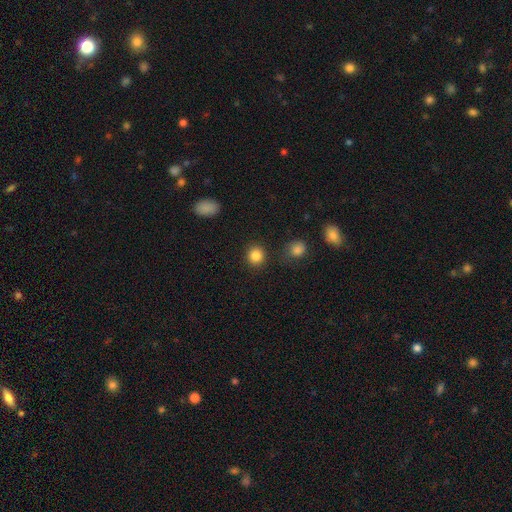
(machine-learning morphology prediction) smooth-or-featured: smooth: 85% | star or artifact: 11% | featured or disk: 4%
  how-rounded: round: 90% | in between: 9% | cigar-shaped: 1%
  merging: none: 87% | minor disturbance: 7% | merger: 3% | major disturbance: 3%